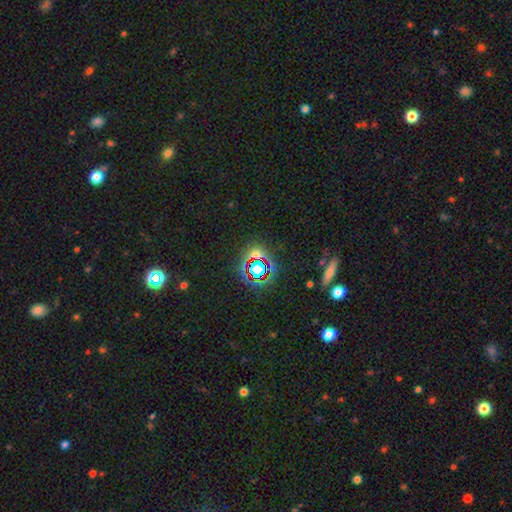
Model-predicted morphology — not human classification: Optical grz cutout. It shows a star or artifact, not a galaxy (68%).